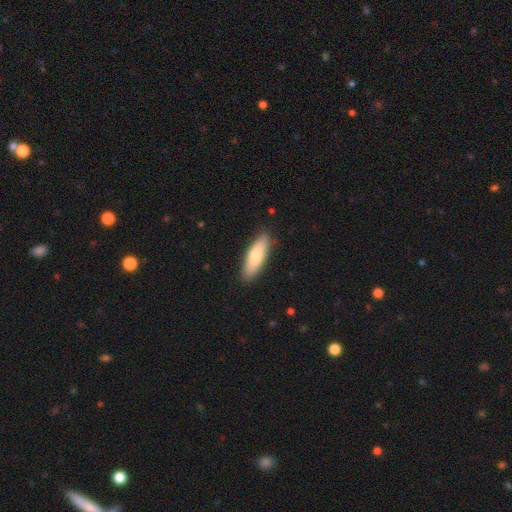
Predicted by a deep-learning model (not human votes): The model was most divided on "how rounded": in between: 55%, cigar-shaped: 43%, round: 2%. More confident: merging — none (87%); smooth or featured — smooth (77%).